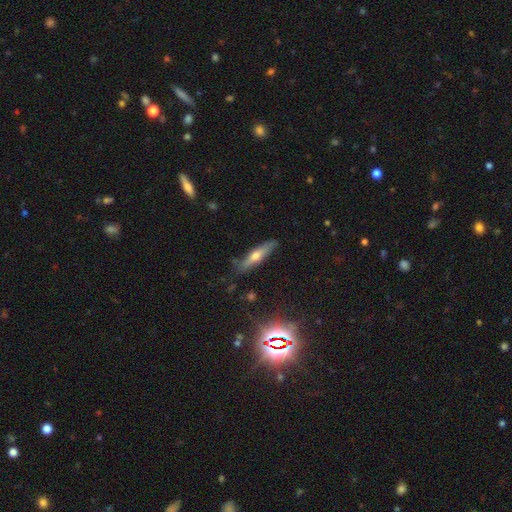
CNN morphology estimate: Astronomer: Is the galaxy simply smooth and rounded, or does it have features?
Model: featured or disk — 50% (runner-up: smooth, 42%).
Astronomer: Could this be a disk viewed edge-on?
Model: yes — 91%.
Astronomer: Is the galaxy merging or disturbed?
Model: none — 82%.